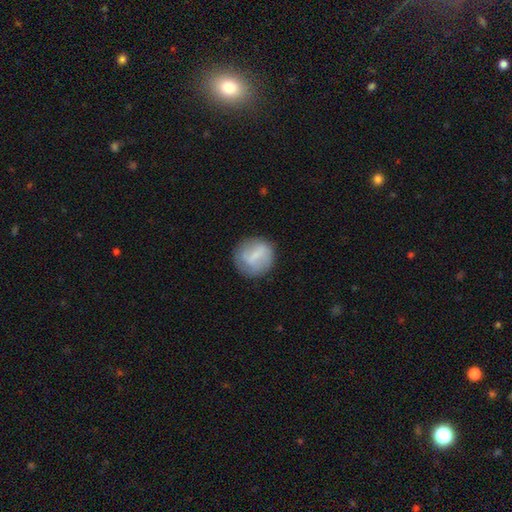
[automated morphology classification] Smooth or featured? smooth (61%)
How rounded? round (83%)
Merging? none (75%)